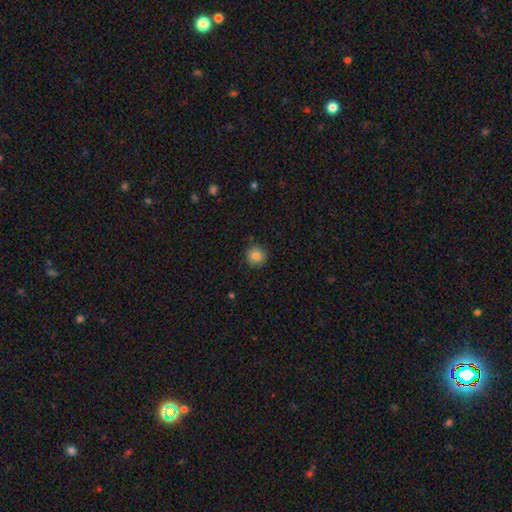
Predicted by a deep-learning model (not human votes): This is clearly a smooth galaxy (84%). How rounded: clearly round (94%). Merging: clearly none (89%).